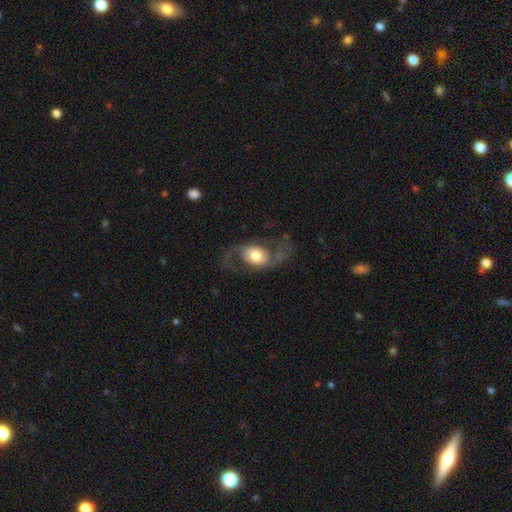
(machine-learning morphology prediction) smooth_or_featured: featured or disk (p=0.71) [alt: smooth p=0.23]
disk_edge_on: no (p=0.95) [alt: yes p=0.05]
bar: no (p=0.67) [alt: weak p=0.25]
has_spiral_arms: yes (p=0.81) [alt: no p=0.19]
spiral_winding: loose (p=0.53) [alt: medium p=0.39]
spiral_arm_count: 2 (p=0.91) [alt: can't tell p=0.04]
bulge_size: moderate (p=0.51) [alt: large p=0.35]
merging: none (p=0.65) [alt: major disturbance p=0.18]